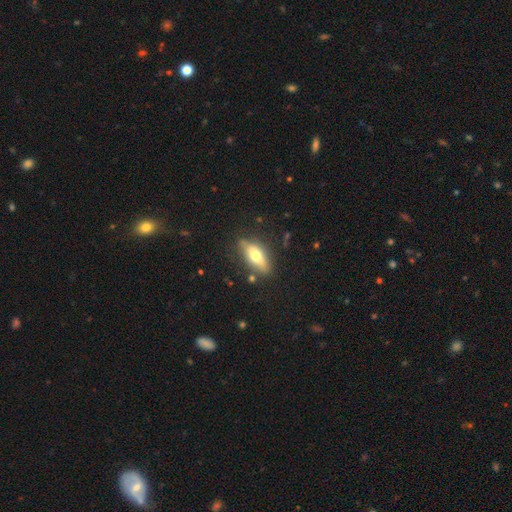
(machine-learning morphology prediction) smooth 57%, featured or disk 36%, star or artifact 7%. Down the decision tree: how rounded — in between (72%); merging — none (79%).